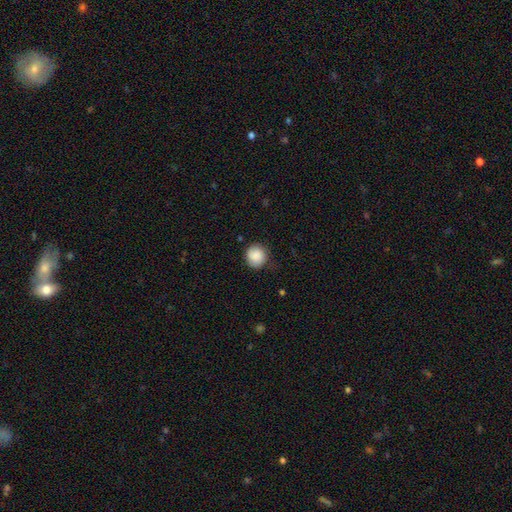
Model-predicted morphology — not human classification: Overall: smooth (87%). How rounded: round (89%). Merging: none (80%).